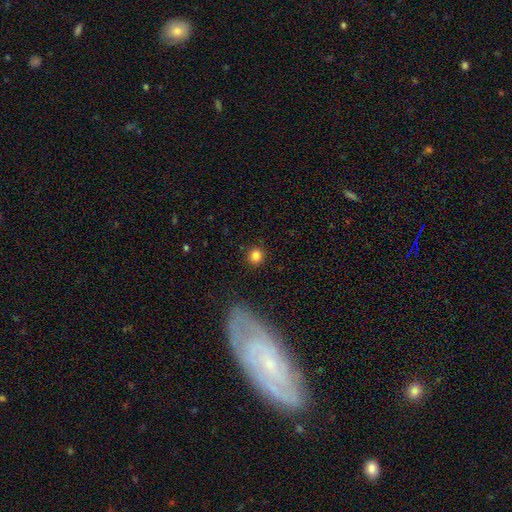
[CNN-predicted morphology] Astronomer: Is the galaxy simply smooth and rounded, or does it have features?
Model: smooth — 84%.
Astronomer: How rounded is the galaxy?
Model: round — 91%.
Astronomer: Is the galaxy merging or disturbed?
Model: none — 90%.